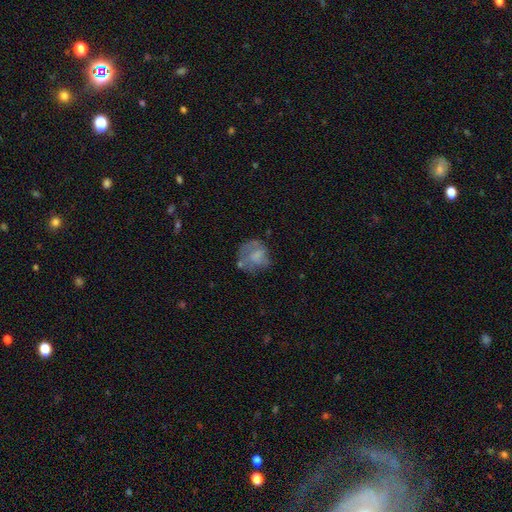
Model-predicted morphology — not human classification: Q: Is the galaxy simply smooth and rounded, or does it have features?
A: smooth — 50%.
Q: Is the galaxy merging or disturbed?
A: none — 45%.